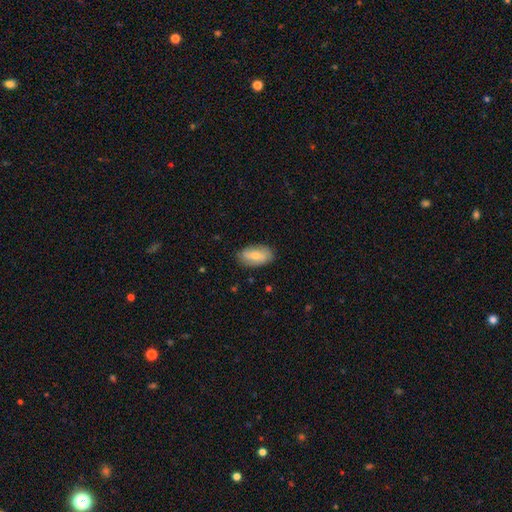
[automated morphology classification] type=smooth (67%); roundness=in between (92%); merging=none (81%).